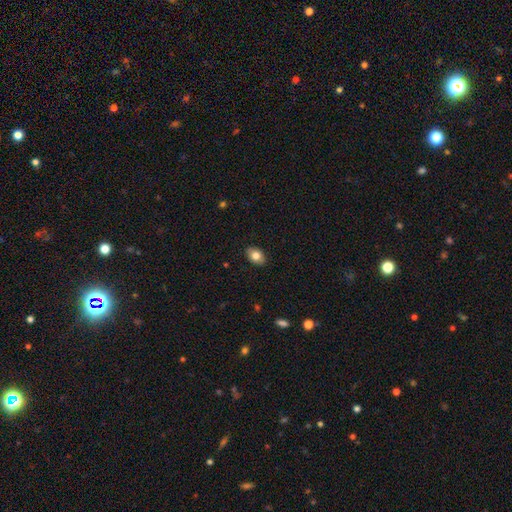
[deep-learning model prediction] A smooth galaxy with no disk features (80%) that is in between round and cigar-shaped (84%). Merging: none (88%).